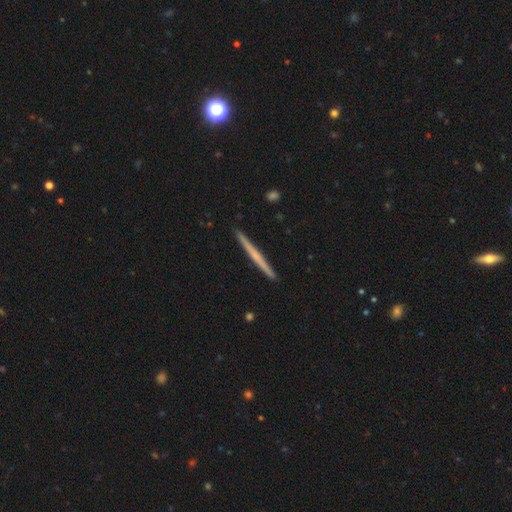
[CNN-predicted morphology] smooth_or_featured: featured or disk (p=0.55) [alt: smooth p=0.40]
disk_edge_on: yes (p=0.98) [alt: no p=0.02]
edge_on_bulge: none (p=0.75) [alt: rounded p=0.20]
merging: none (p=0.93) [alt: minor disturbance p=0.05]